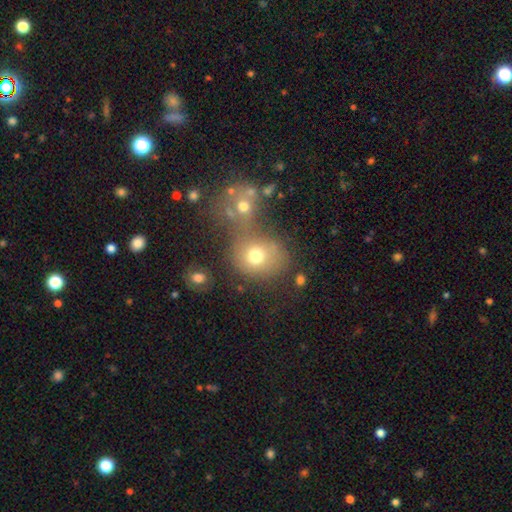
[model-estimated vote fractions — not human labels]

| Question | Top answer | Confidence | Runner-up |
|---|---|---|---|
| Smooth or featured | smooth | 71% | star or artifact (15%) |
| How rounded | round | 72% | in between (27%) |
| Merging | merger | 49% | none (35%) |